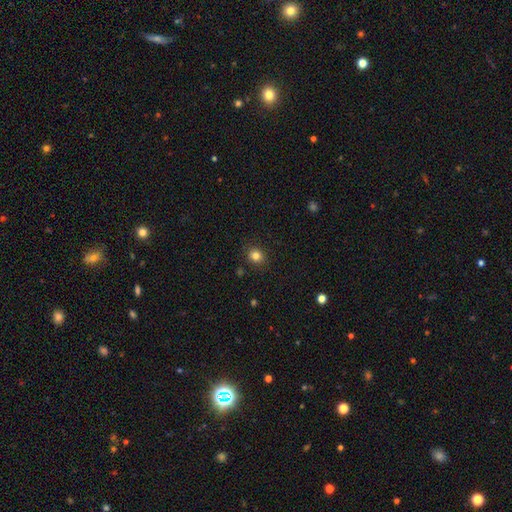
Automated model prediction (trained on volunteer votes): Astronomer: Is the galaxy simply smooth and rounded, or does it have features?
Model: smooth — 83%.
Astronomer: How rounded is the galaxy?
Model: round — 76%.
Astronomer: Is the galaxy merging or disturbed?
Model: none — 89%.